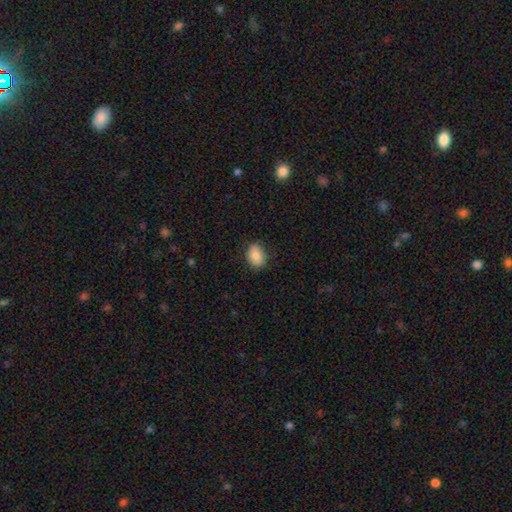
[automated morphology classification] smooth 84%, featured or disk 8%, star or artifact 8%. Down the decision tree: how rounded — in between (67%); merging — none (81%).